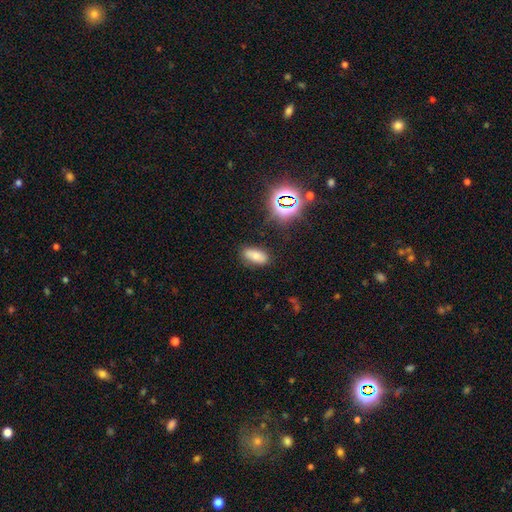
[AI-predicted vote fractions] Smooth or featured: smooth — 70% (star or artifact — 18%)
How rounded: in between — 87% (cigar-shaped — 8%)
Merging: none — 82% (minor disturbance — 12%)